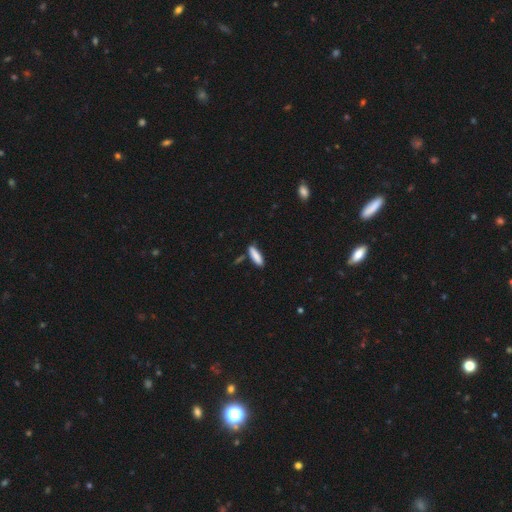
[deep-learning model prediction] A smooth galaxy with no disk features (86%) that is cigar-shaped (69%).

Vote fractions:
- Smooth or featured? smooth: 86% / featured or disk: 8% / star or artifact: 6%
- How rounded? cigar-shaped: 69% / in between: 30% / round: 2%
- Merging? none: 79% / minor disturbance: 14% / merger: 5% / major disturbance: 3%